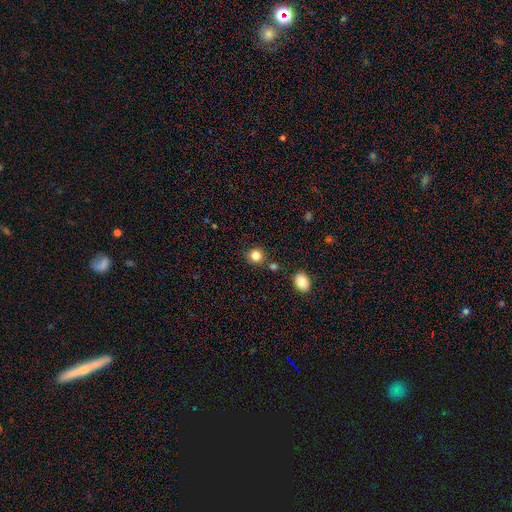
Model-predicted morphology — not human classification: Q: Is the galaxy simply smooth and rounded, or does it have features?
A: smooth — 83%.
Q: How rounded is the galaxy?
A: round — 89%.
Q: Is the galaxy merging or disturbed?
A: none — 84%.